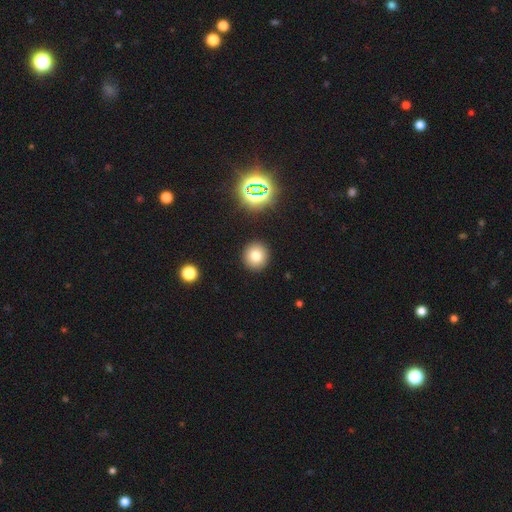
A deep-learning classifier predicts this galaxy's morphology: type=smooth (74%); roundness=round (92%); merging=none (91%).